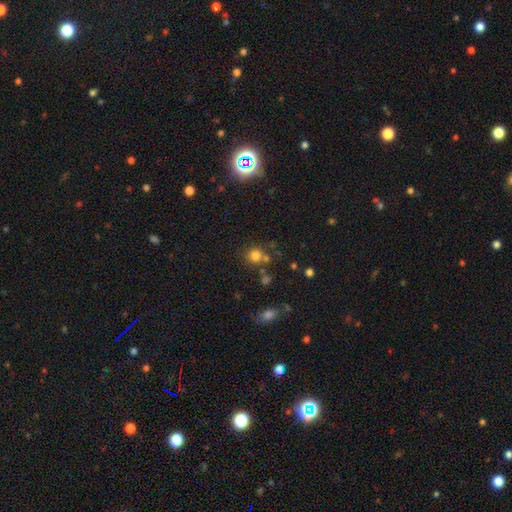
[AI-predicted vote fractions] A smooth galaxy with no disk features (78%) that is round (87%).

Vote fractions:
- Smooth or featured? smooth: 78% / star or artifact: 15% / featured or disk: 7%
- How rounded? round: 87% / in between: 12% / cigar-shaped: 1%
- Merging? none: 67% / merger: 18% / minor disturbance: 11% / major disturbance: 5%